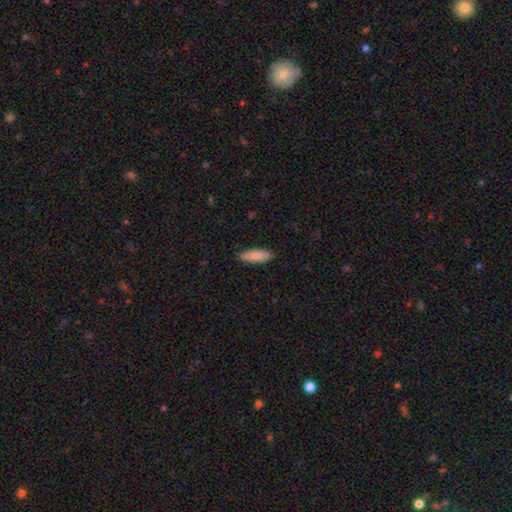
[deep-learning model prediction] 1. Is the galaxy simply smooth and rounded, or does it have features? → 86% smooth, 8% featured or disk, 6% star or artifact.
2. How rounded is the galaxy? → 56% in between, 42% cigar-shaped, 2% round.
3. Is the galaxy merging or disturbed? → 88% none, 9% minor disturbance, 2% major disturbance, 1% merger.